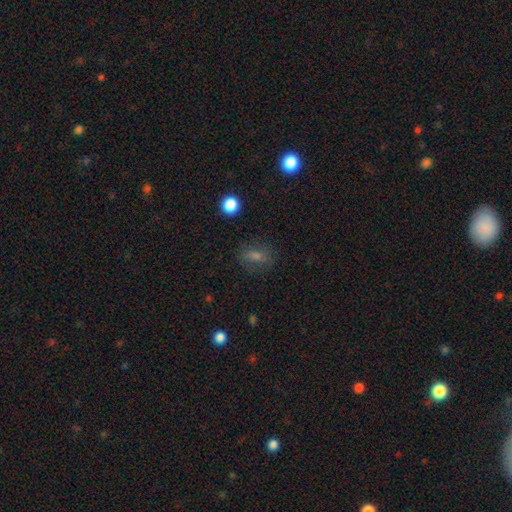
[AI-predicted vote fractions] The model was most divided on "how rounded": in between: 64%, round: 30%, cigar-shaped: 6%. More confident: merging — none (81%); smooth or featured — smooth (63%).